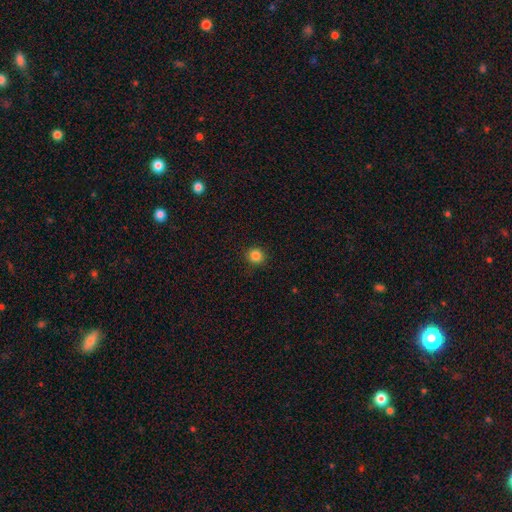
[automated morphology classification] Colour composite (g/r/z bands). It shows a smooth galaxy with no disk features (85%) that is round (93%). Merging: none (91%).